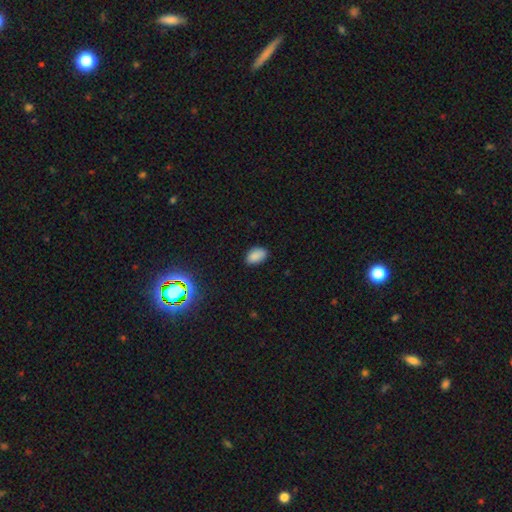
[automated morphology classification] A smooth galaxy with no disk features (86%) that is in between round and cigar-shaped (91%).

Vote fractions:
- Smooth or featured? smooth: 86% / star or artifact: 10% / featured or disk: 4%
- How rounded? in between: 91% / round: 8% / cigar-shaped: 1%
- Merging? none: 83% / minor disturbance: 13% / major disturbance: 3% / merger: 1%